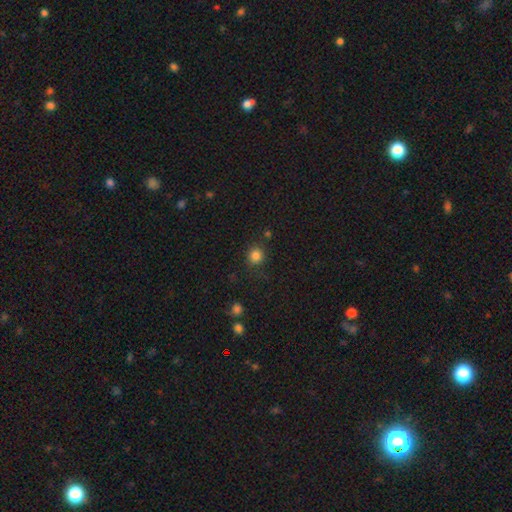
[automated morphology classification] A smooth galaxy with no disk features (83%) that is round (90%).

Vote fractions:
- Smooth or featured? smooth: 83% / star or artifact: 13% / featured or disk: 4%
- How rounded? round: 90% / in between: 9% / cigar-shaped: 1%
- Merging? none: 85% / minor disturbance: 9% / major disturbance: 3% / merger: 3%